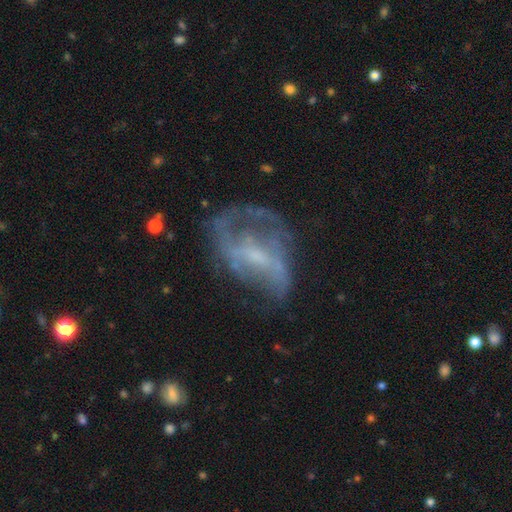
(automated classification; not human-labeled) Morphology: type=featured or disk (73%); edge-on=no (96%); bar=weak (43%); spiral arms=yes (58%); bulge=small (45%); merging=none (41%).